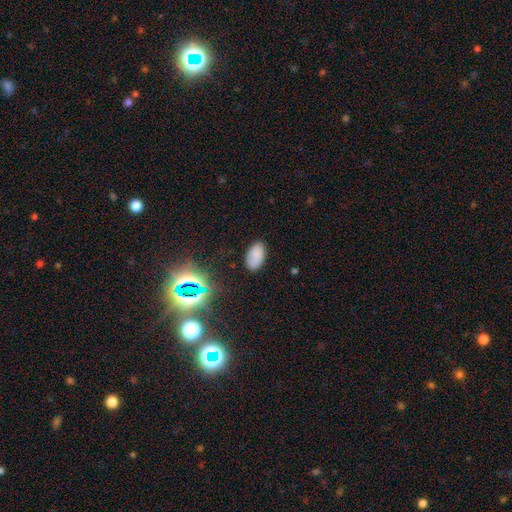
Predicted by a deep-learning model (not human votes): Smooth or featured? Predicted: smooth (p=0.81). How rounded? Predicted: in between (p=0.95). Merging? Predicted: none (p=0.83).